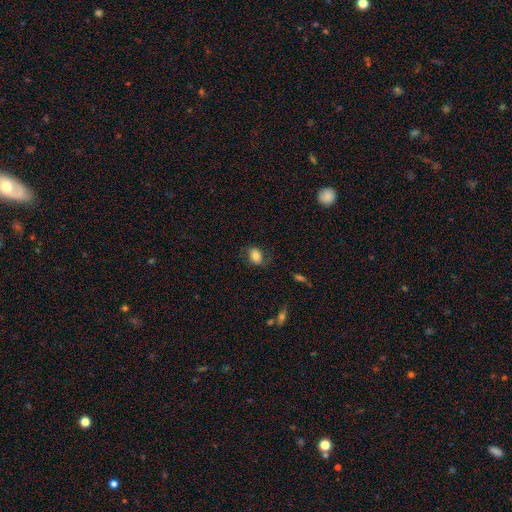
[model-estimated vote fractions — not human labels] smooth-or-featured: smooth: 75% | featured or disk: 16% | star or artifact: 9%
  how-rounded: in between: 71% | round: 28% | cigar-shaped: 1%
  merging: none: 66% | minor disturbance: 21% | major disturbance: 12% | merger: 2%